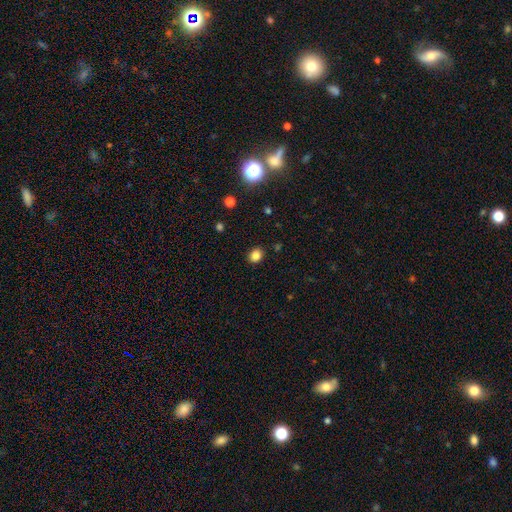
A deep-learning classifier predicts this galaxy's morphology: Smooth or featured? smooth (83%)
How rounded? round (62%)
Merging? none (89%)